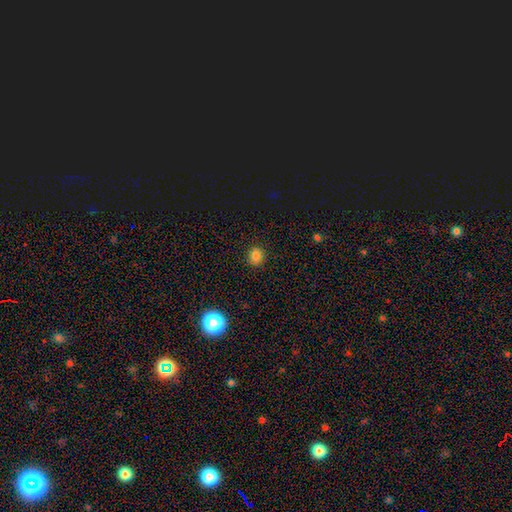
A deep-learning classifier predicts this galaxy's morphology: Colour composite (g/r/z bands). It shows a smooth galaxy with no disk features (81%) that is round (80%). Merging: none (89%).